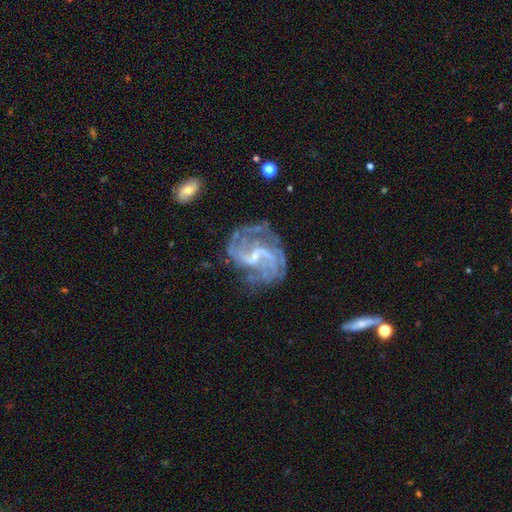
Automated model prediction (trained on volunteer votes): featured or disk 88%, star or artifact 7%, smooth 5%. Down the decision tree: edge-on disk — no (98%); bar — weak (54%); spiral arms — yes (94%); spiral arm count — 2 (55%); spiral winding — medium (47%); bulge size — small (65%); merging — none (59%).